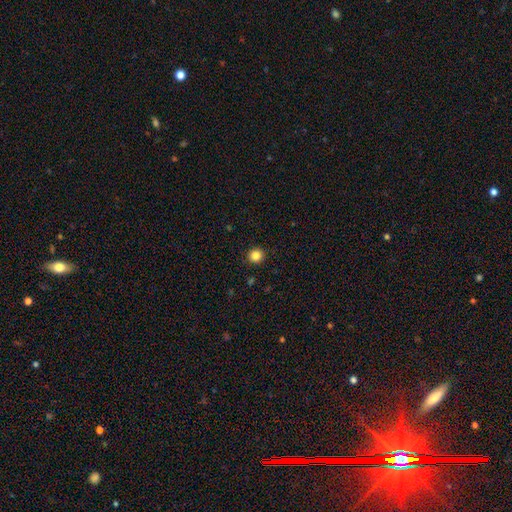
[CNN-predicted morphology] Smooth or featured? Predicted: smooth (p=0.84). How rounded? Predicted: round (p=0.92). Merging? Predicted: none (p=0.92).